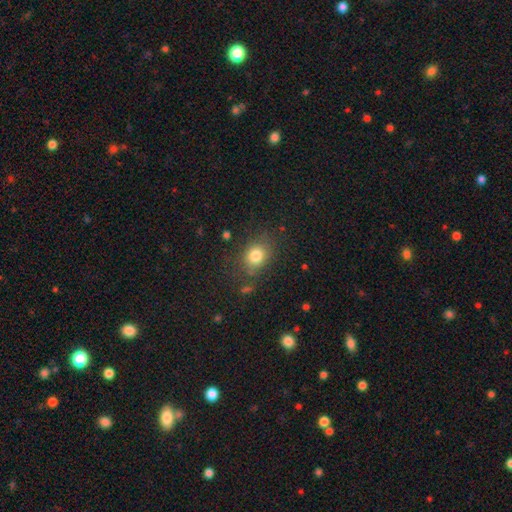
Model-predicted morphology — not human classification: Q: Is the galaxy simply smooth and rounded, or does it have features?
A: smooth — 80%.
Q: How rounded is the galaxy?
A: round — 59%.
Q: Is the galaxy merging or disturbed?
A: none — 76%.